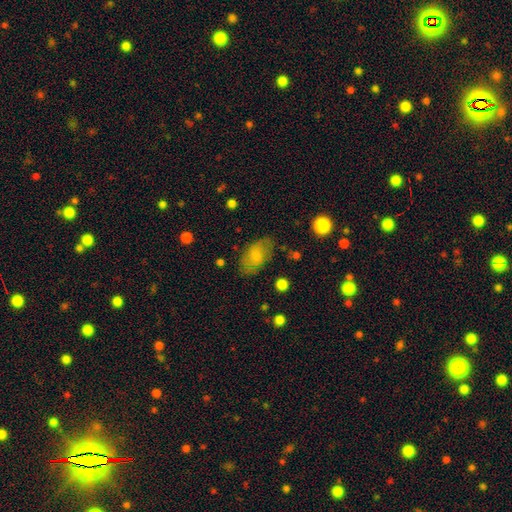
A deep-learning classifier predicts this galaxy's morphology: A smooth galaxy with no disk features (69%) that is in between round and cigar-shaped (92%).

Vote fractions:
- Smooth or featured? smooth: 69% / featured or disk: 24% / star or artifact: 7%
- How rounded? in between: 92% / round: 6% / cigar-shaped: 2%
- Merging? none: 72% / minor disturbance: 19% / major disturbance: 7% / merger: 2%